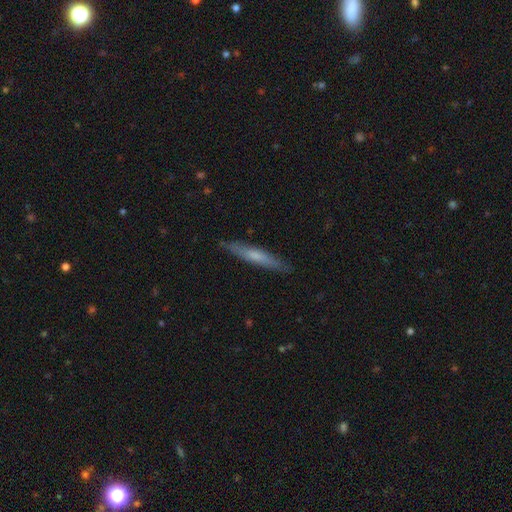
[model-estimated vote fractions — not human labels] smooth 56%, featured or disk 38%, star or artifact 6%. Down the decision tree: how rounded — cigar-shaped (93%); merging — none (87%).